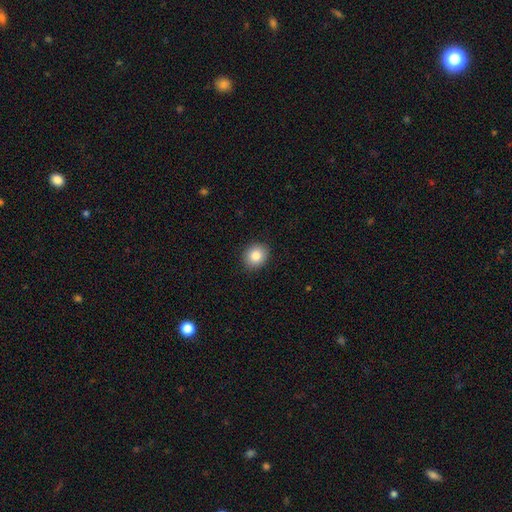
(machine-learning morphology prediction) Q: Smooth or featured?
A: smooth (85%); runner-up: star or artifact (9%)
Q: How rounded?
A: round (67%); runner-up: in between (32%)
Q: Merging?
A: none (89%); runner-up: minor disturbance (8%)